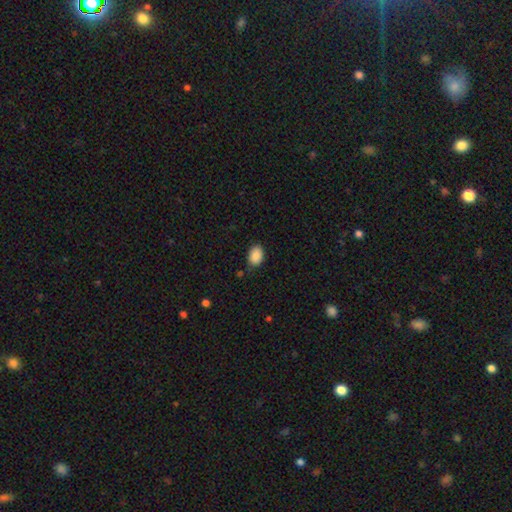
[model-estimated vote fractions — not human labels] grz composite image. It shows a smooth galaxy with no disk features (89%) that is in between round and cigar-shaped (80%). Merging: none (80%).